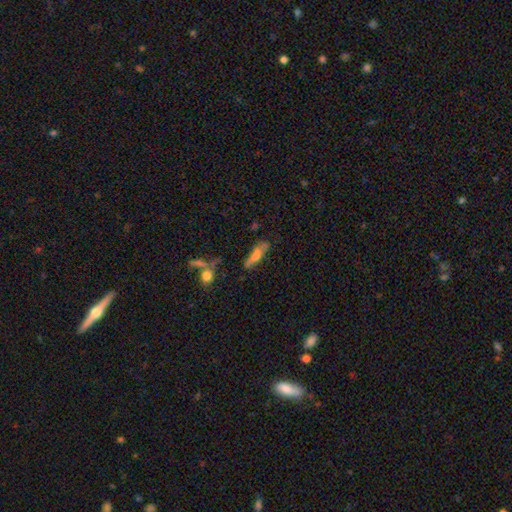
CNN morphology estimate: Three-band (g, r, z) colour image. It shows a smooth galaxy with no disk features (53%) that is cigar-shaped (70%). Merging: none (65%).